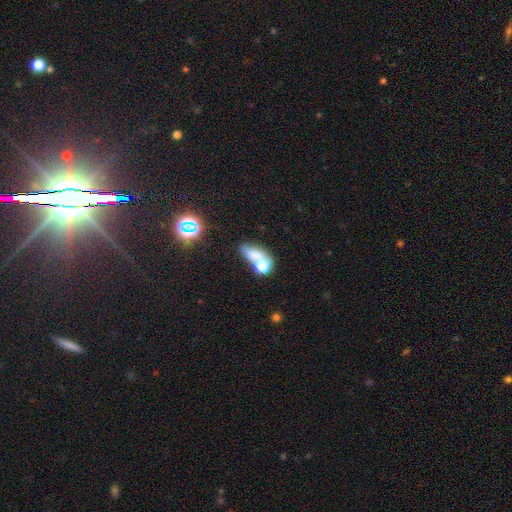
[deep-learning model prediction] smooth-or-featured: smooth: 65% | star or artifact: 18% | featured or disk: 17%
  how-rounded: in between: 68% | round: 21% | cigar-shaped: 10%
  merging: merger: 42% | none: 37% | minor disturbance: 13% | major disturbance: 9%